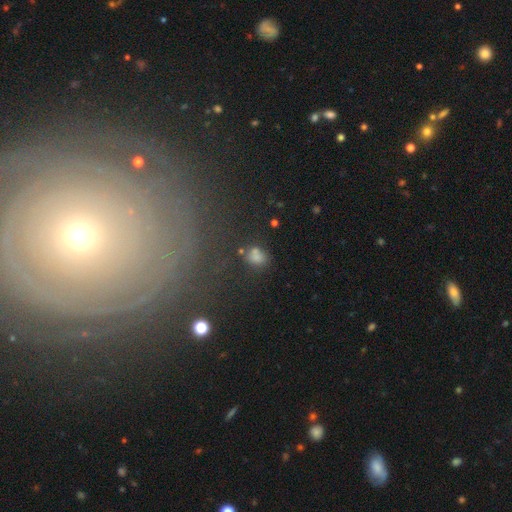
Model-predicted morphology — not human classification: A smooth galaxy with no disk features (63%) that is round (56%).

Vote fractions:
- Smooth or featured? smooth: 63% / star or artifact: 25% / featured or disk: 12%
- How rounded? round: 56% / in between: 41% / cigar-shaped: 2%
- Merging? none: 65% / minor disturbance: 16% / merger: 10% / major disturbance: 9%